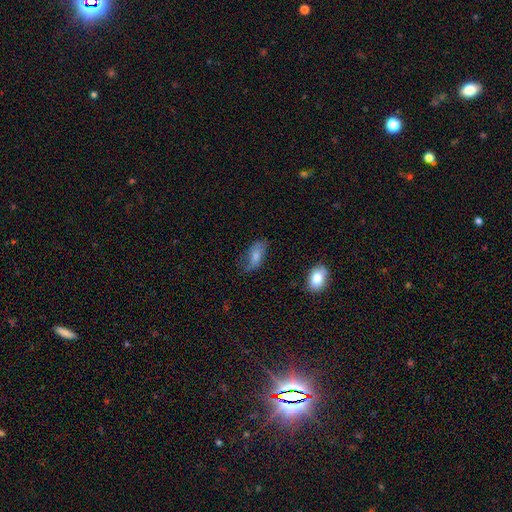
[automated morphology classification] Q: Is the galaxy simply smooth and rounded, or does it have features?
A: smooth — 72%.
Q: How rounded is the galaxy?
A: in between — 89%.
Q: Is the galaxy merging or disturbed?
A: none — 56%.